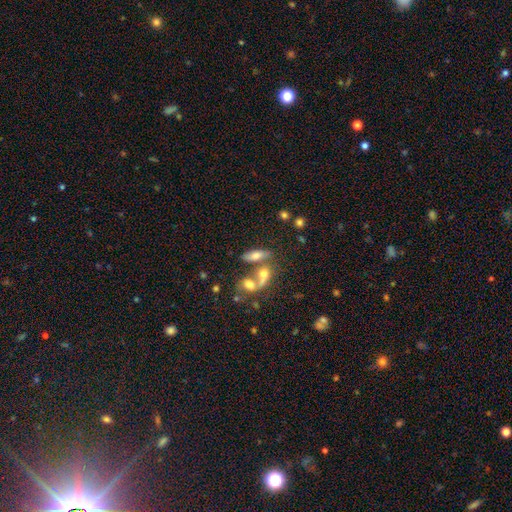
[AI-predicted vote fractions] Smooth or featured: smooth — 63% (featured or disk — 26%)
How rounded: in between — 65% (cigar-shaped — 27%)
Merging: none — 42% (merger — 40%)